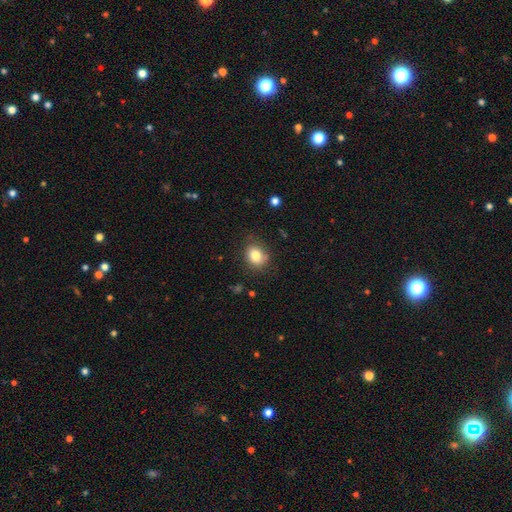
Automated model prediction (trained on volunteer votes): Smooth or featured? Predicted: smooth (p=0.82). How rounded? Predicted: round (p=0.50). Merging? Predicted: none (p=0.77).